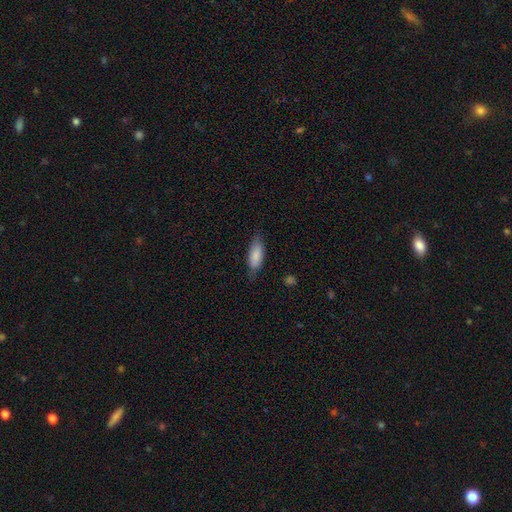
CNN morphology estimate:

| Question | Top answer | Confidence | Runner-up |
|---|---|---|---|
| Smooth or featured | smooth | 83% | featured or disk (11%) |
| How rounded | in between | 72% | cigar-shaped (26%) |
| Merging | none | 72% | minor disturbance (22%) |